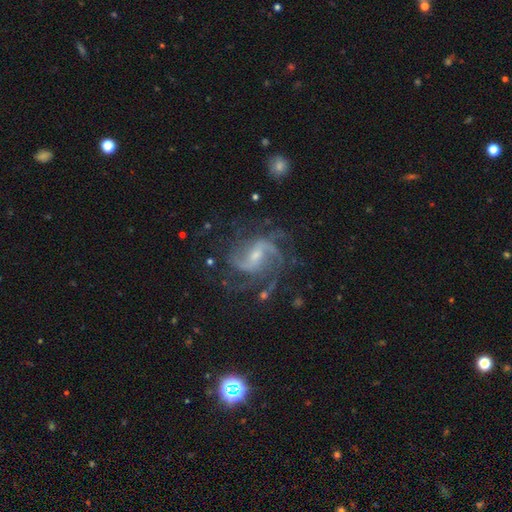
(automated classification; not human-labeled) featured or disk 88%, star or artifact 7%, smooth 5%. Down the decision tree: edge-on disk — no (98%); bar — weak (50%); spiral arms — yes (96%); spiral arm count — 2 (32%); spiral winding — medium (52%); bulge size — small (63%); merging — none (63%).